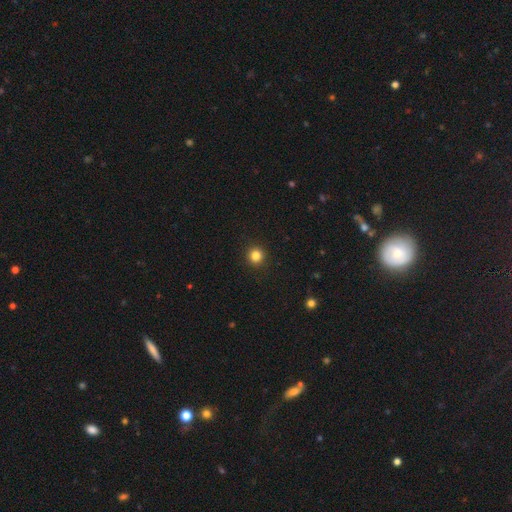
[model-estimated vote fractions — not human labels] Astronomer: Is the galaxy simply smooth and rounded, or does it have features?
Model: smooth — 83%.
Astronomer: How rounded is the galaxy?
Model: round — 94%.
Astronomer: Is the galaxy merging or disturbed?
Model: none — 93%.